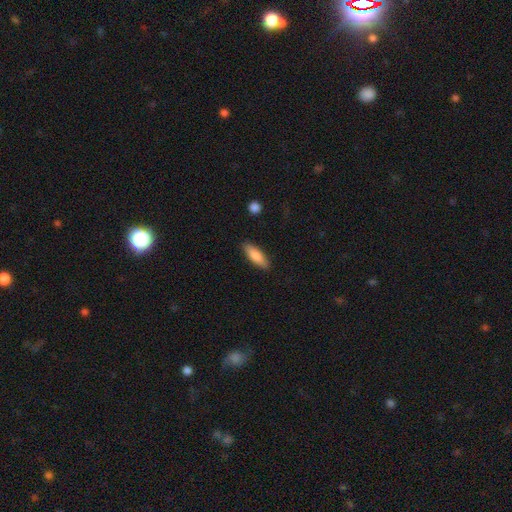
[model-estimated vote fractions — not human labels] A smooth galaxy with no disk features (82%) that is in between round and cigar-shaped (53%).

Vote fractions:
- Smooth or featured? smooth: 82% / featured or disk: 13% / star or artifact: 6%
- How rounded? in between: 53% / cigar-shaped: 45% / round: 2%
- Merging? none: 87% / minor disturbance: 10% / major disturbance: 2% / merger: 1%